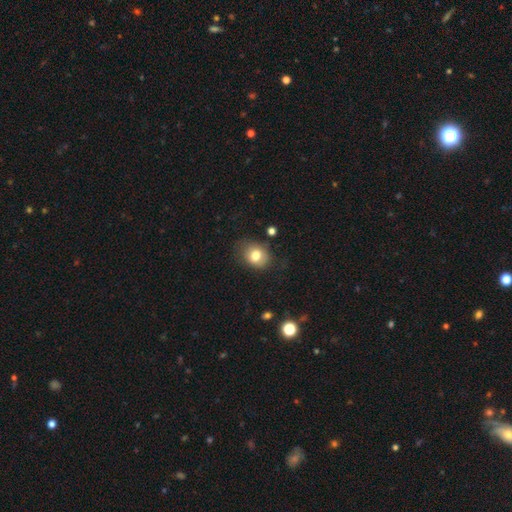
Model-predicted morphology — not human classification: Smooth or featured: smooth — 78% (featured or disk — 13%)
How rounded: in between — 50% (round — 49%)
Merging: none — 69% (minor disturbance — 21%)